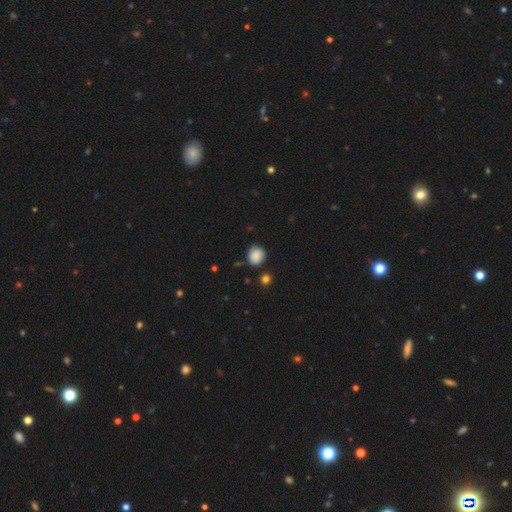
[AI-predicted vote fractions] Smooth or featured? Predicted: smooth (p=0.84). How rounded? Predicted: round (p=0.81). Merging? Predicted: none (p=0.76).